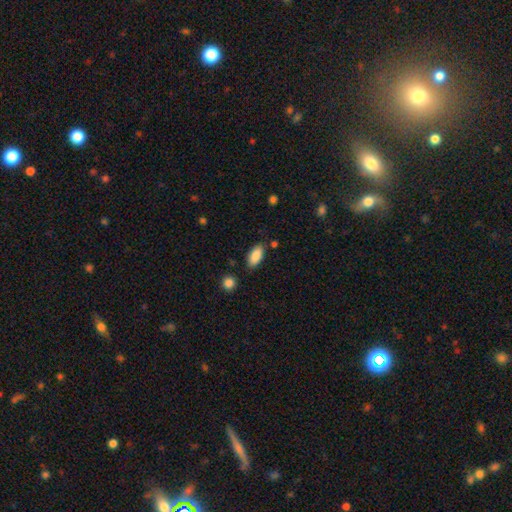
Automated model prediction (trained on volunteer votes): Smooth or featured?
  - smooth: 88% *
  - star or artifact: 7%
  - featured or disk: 5%
How rounded?
  - in between: 88% *
  - cigar-shaped: 10%
  - round: 2%
Merging?
  - none: 82% *
  - minor disturbance: 12%
  - merger: 3%
  - major disturbance: 3%